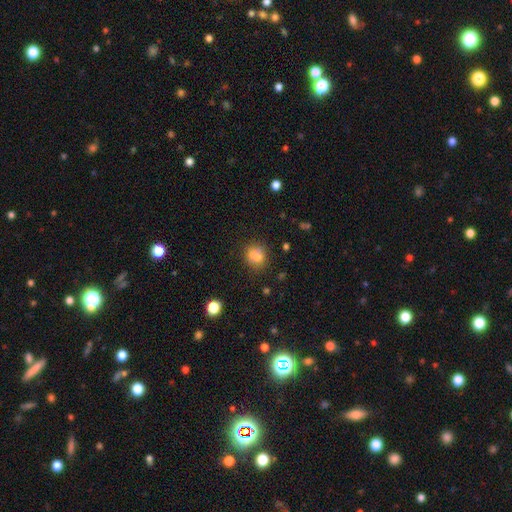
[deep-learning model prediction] Smooth or featured: smooth — 80% (star or artifact — 12%)
How rounded: round — 68% (in between — 30%)
Merging: none — 70% (minor disturbance — 16%)